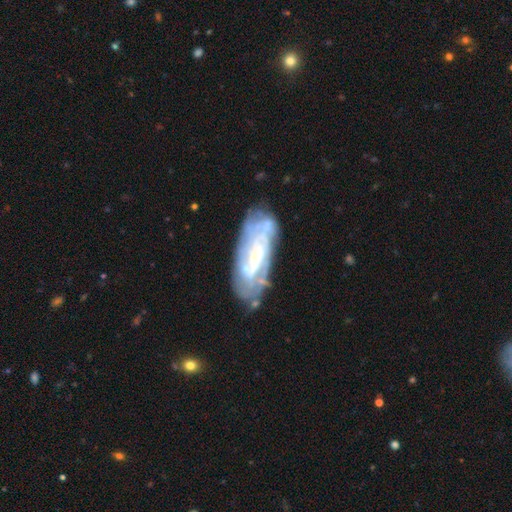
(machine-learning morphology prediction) smooth_or_featured: featured or disk (p=0.75) [alt: smooth p=0.18]
disk_edge_on: no (p=0.88) [alt: yes p=0.12]
bar: no (p=0.43) [alt: weak p=0.38]
has_spiral_arms: yes (p=0.76) [alt: no p=0.24]
bulge_size: small (p=0.57) [alt: moderate p=0.31]
merging: none (p=0.70) [alt: minor disturbance p=0.19]